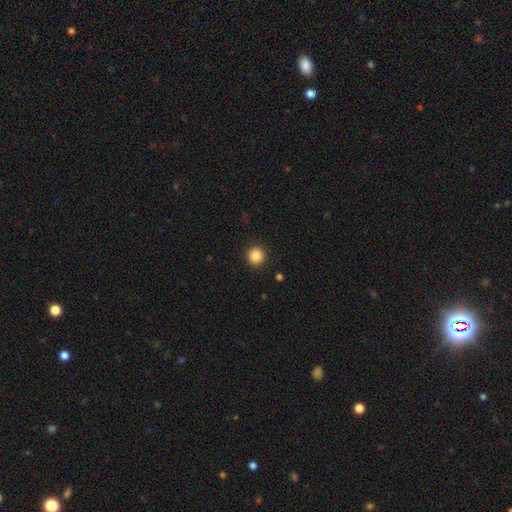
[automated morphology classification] smooth 86%, star or artifact 10%, featured or disk 4%. Down the decision tree: how rounded — round (93%); merging — none (91%).